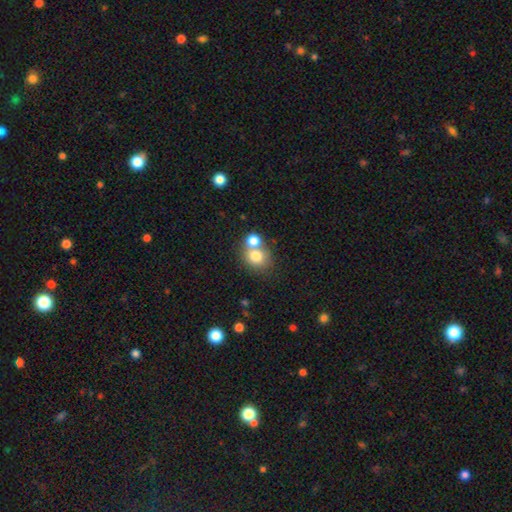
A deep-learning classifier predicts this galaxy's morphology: A smooth galaxy with no disk features (77%) that is round (73%). Merging: merger (49%).